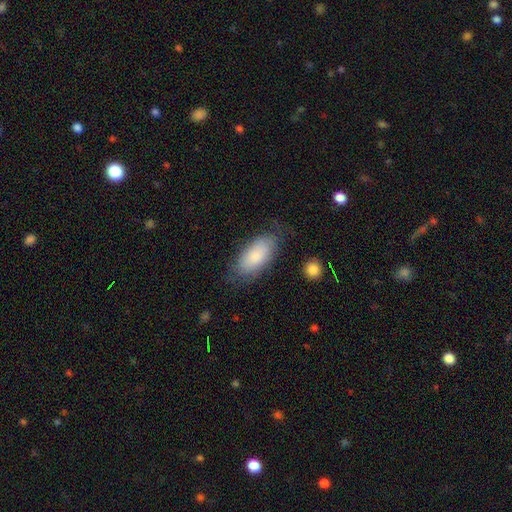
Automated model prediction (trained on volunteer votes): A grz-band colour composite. It shows a smooth galaxy with no disk features (82%) that is in between round and cigar-shaped (91%). Merging: none (71%).